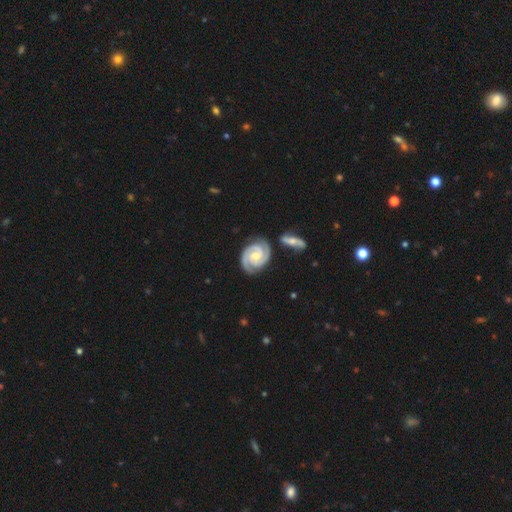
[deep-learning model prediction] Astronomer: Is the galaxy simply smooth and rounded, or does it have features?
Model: featured or disk — 92%.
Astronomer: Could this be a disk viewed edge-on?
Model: no — 98%.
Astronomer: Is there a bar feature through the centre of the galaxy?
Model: no — 57%.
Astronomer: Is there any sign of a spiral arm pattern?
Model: yes — 99%.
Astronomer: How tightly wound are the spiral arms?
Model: tight — 73%.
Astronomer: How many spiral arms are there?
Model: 2 — 87%.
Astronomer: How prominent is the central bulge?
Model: moderate — 49% (runner-up: small, 45%).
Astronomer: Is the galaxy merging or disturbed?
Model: none — 76%.